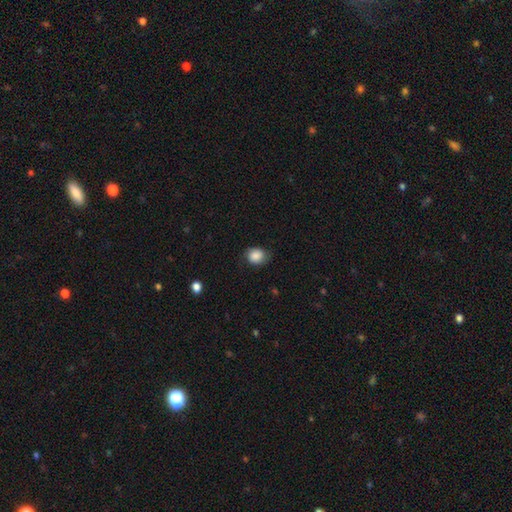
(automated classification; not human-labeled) Smooth or featured: smooth — 86% (star or artifact — 8%)
How rounded: round — 62% (in between — 37%)
Merging: none — 72% (minor disturbance — 22%)